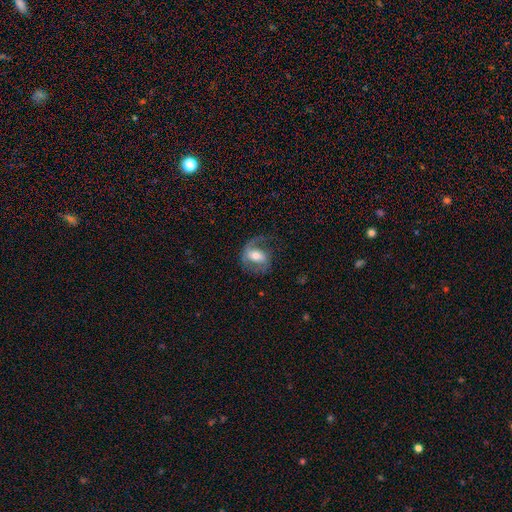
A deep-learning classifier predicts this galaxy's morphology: This is likely a featured or disk galaxy (70%). It is clearly not viewed edge-on (96%). Bar: marginally weak (39%). Spiral arm pattern: clearly yes (86%). Spiral arm count: likely 2 (61%). Spiral winding: possibly medium (46%). Central bulge: likely moderate (66%). Merging: possibly none (57%).